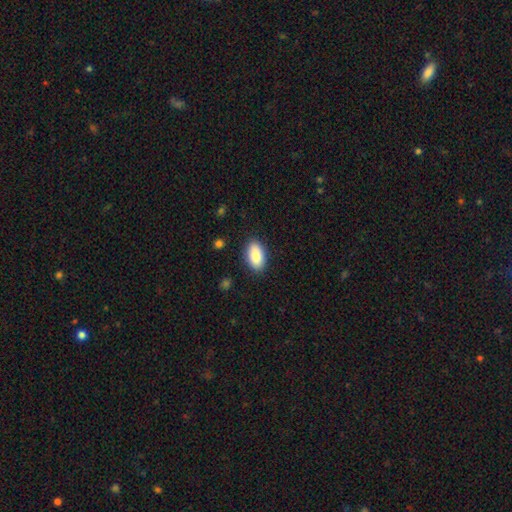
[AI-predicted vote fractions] This is clearly a smooth galaxy (88%). How rounded: clearly in between (93%). Merging: clearly none (88%).